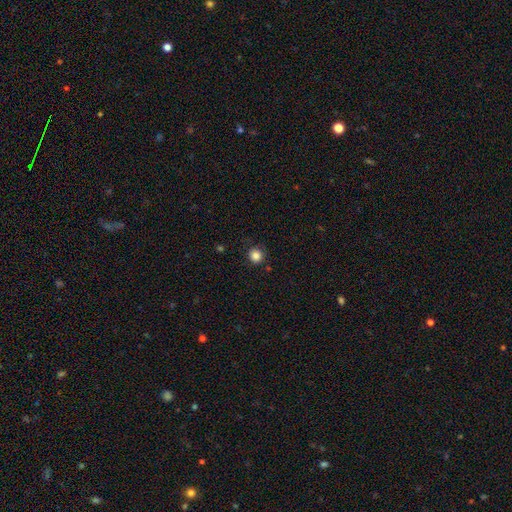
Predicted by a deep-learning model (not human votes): Q: Smooth or featured?
A: smooth (85%); runner-up: star or artifact (12%)
Q: How rounded?
A: round (94%); runner-up: in between (5%)
Q: Merging?
A: none (88%); runner-up: minor disturbance (8%)